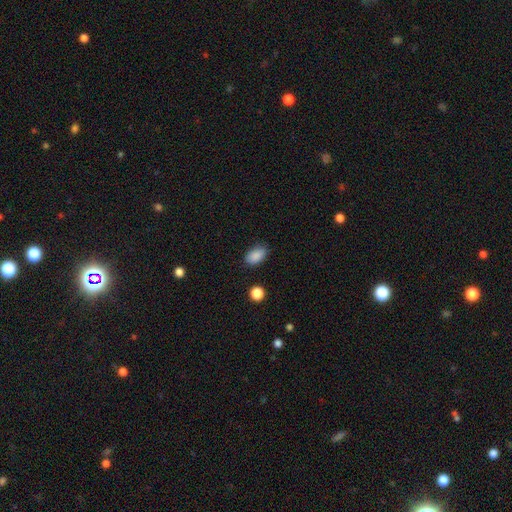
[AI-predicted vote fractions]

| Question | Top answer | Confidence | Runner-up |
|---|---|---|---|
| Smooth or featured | smooth | 88% | star or artifact (8%) |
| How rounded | in between | 91% | round (7%) |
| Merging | none | 84% | minor disturbance (12%) |